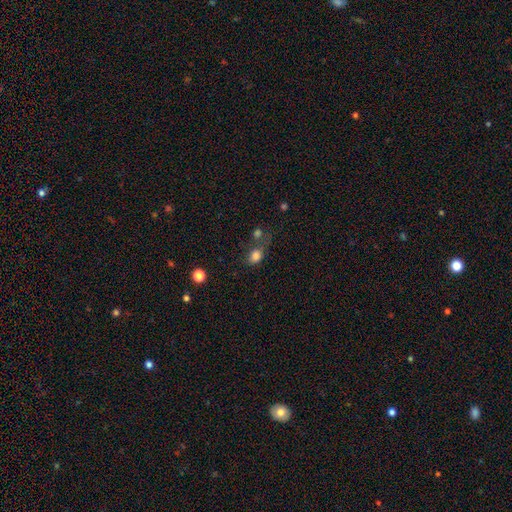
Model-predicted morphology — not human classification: type=smooth (80%); roundness=in between (54%); merging=none (39%).